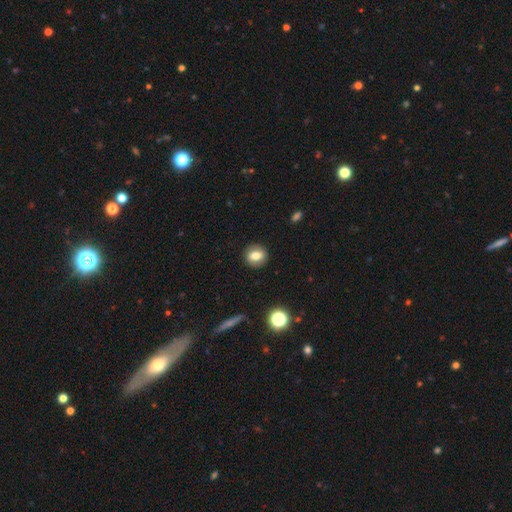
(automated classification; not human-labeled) Smooth or featured?
  - smooth: 75% *
  - featured or disk: 14%
  - star or artifact: 10%
How rounded?
  - round: 77% *
  - in between: 22%
  - cigar-shaped: 1%
Merging?
  - none: 90% *
  - minor disturbance: 7%
  - major disturbance: 2%
  - merger: 1%